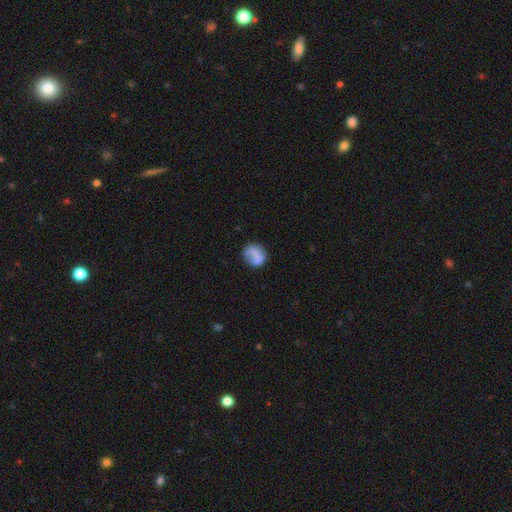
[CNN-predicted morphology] Smooth or featured: smooth — 65% (featured or disk — 26%)
How rounded: round — 72% (in between — 27%)
Merging: none — 56% (minor disturbance — 24%)